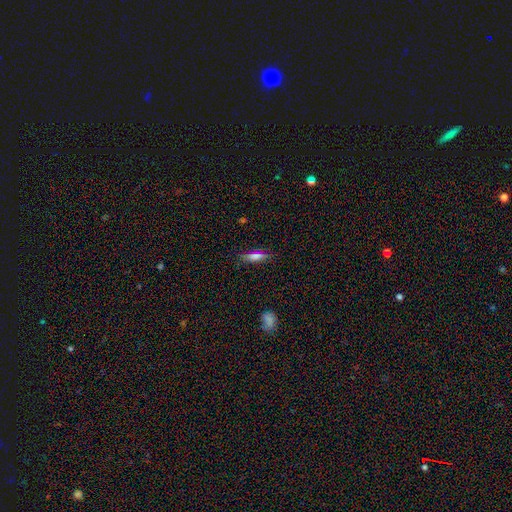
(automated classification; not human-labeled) This appears to be a smooth galaxy with no disk features (67%) that is cigar-shaped (63%). Merging: none (84%).